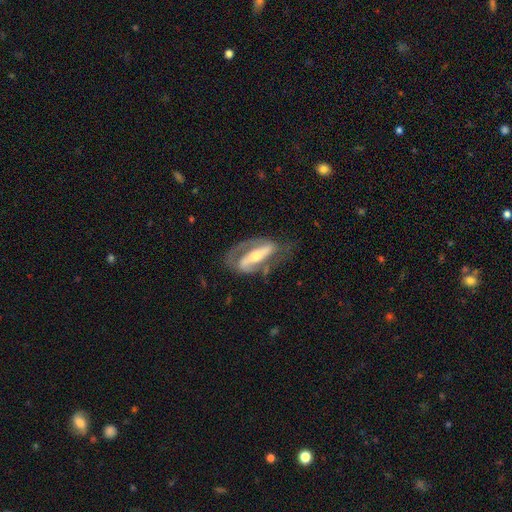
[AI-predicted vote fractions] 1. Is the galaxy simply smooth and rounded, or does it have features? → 82% featured or disk, 13% smooth, 5% star or artifact.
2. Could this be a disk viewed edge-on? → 87% no, 13% yes.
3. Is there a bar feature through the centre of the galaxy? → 64% strong, 19% weak, 17% no.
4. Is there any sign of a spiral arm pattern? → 84% yes, 16% no.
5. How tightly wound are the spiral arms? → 44% medium, 31% tight, 25% loose.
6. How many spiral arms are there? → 76% 2, 13% 1, 8% can't tell, 1% 3, 1% 4, 1% more than 4.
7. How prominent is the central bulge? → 59% moderate, 33% small, 6% large, 1% none, 1% dominant.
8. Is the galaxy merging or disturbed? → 56% none, 21% minor disturbance, 20% major disturbance, 3% merger.